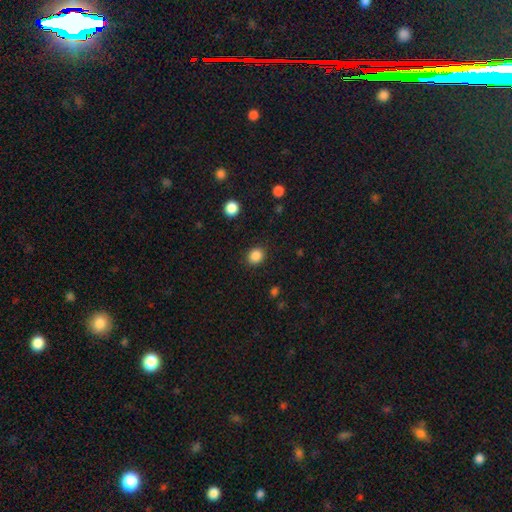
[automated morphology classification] smooth 87%, star or artifact 10%, featured or disk 3%. Down the decision tree: how rounded — round (71%); merging — none (88%).